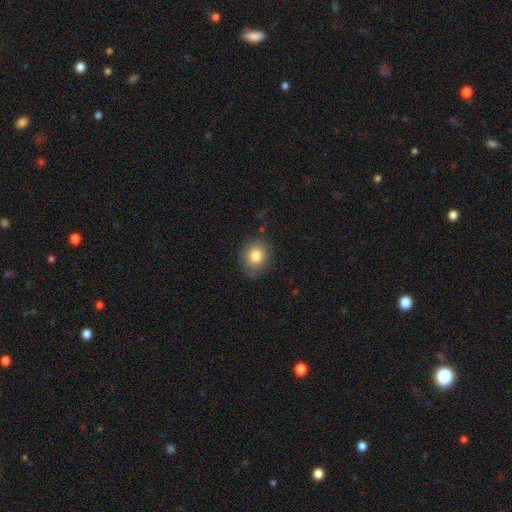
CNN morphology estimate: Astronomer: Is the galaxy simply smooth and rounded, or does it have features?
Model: smooth — 82%.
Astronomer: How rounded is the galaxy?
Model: round — 69%.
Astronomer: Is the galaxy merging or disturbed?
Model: none — 82%.